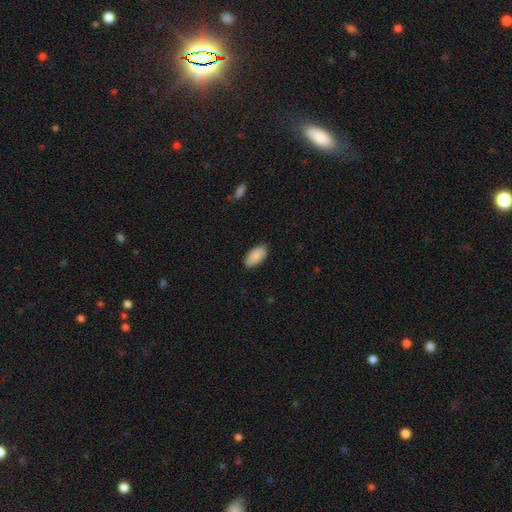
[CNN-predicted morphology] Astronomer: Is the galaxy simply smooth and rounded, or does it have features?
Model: smooth — 87%.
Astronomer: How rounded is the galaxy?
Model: in between — 95%.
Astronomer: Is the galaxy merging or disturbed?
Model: none — 85%.